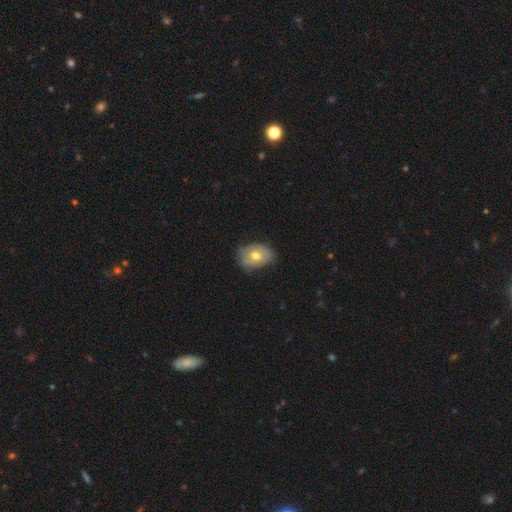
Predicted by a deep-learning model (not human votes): Smooth or featured? smooth (56%)
How rounded? in between (74%)
Merging? none (64%)